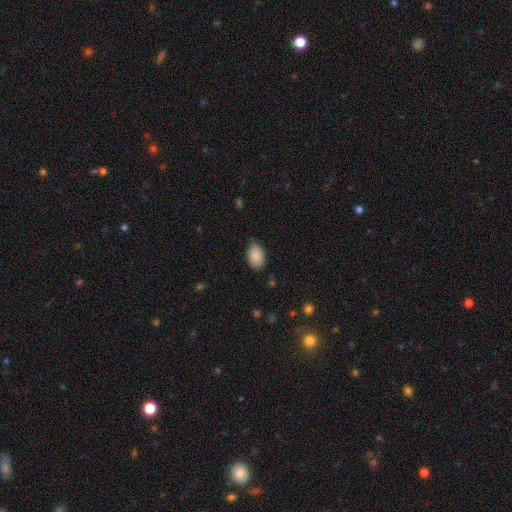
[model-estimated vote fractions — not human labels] smooth 89%, star or artifact 7%, featured or disk 4%. Down the decision tree: how rounded — in between (92%); merging — none (81%).